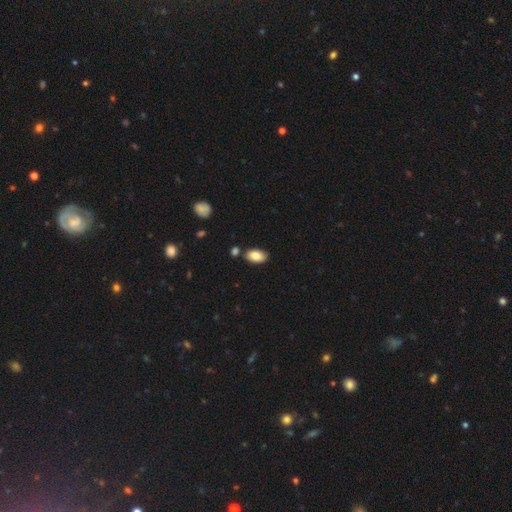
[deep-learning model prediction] This appears to be a smooth galaxy with no disk features (83%) that is in between round and cigar-shaped (93%). Merging: none (80%).